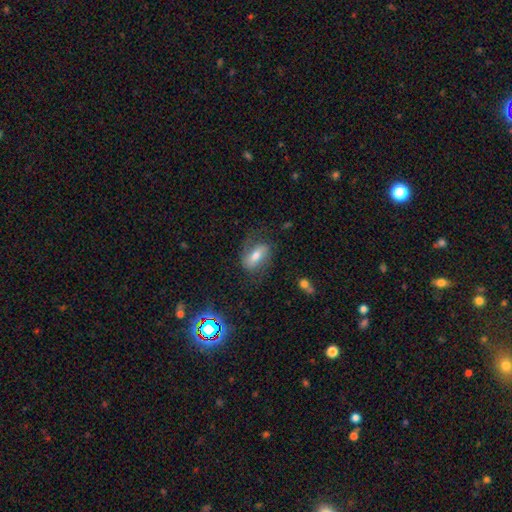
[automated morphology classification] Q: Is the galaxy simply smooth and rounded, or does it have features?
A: featured or disk — 47%.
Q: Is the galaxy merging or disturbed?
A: none — 67%.